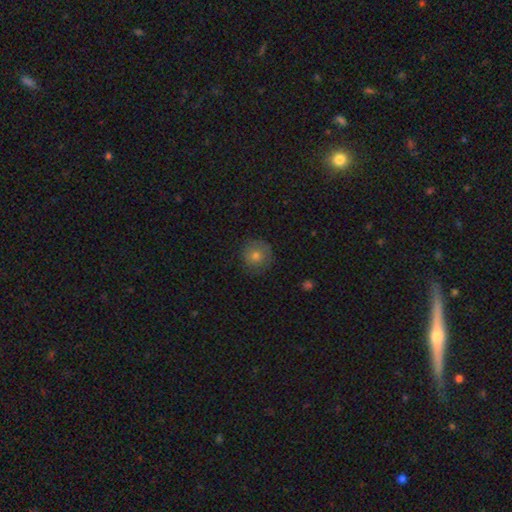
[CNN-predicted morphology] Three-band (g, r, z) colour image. It shows a smooth galaxy with no disk features (70%) that is round (94%). Merging: none (82%).